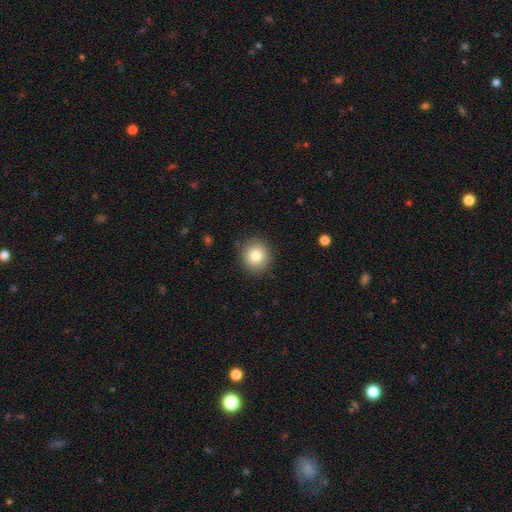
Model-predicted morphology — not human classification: Q: Smooth or featured?
A: smooth (81%); runner-up: star or artifact (10%)
Q: How rounded?
A: round (90%); runner-up: in between (9%)
Q: Merging?
A: none (89%); runner-up: minor disturbance (7%)